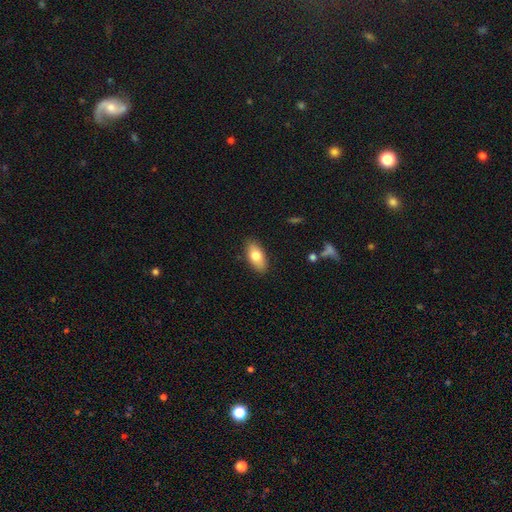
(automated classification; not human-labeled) A smooth galaxy with no disk features (78%) that is in between round and cigar-shaped (89%).

Vote fractions:
- Smooth or featured? smooth: 78% / featured or disk: 16% / star or artifact: 7%
- How rounded? in between: 89% / cigar-shaped: 7% / round: 3%
- Merging? none: 87% / minor disturbance: 10% / major disturbance: 2% / merger: 1%